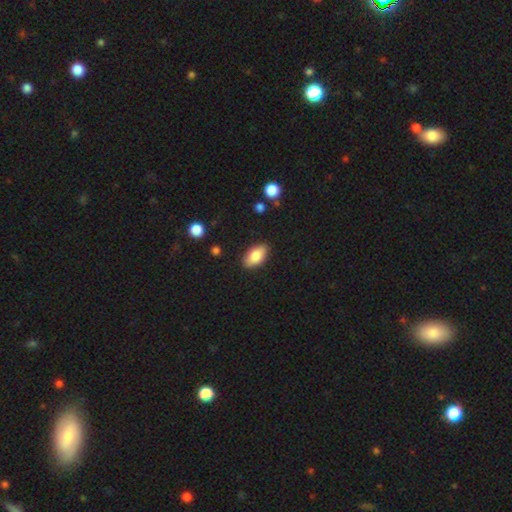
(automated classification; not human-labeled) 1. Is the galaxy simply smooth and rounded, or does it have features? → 83% smooth, 10% featured or disk, 7% star or artifact.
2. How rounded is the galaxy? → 92% in between, 4% round, 4% cigar-shaped.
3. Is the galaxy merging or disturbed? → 85% none, 11% minor disturbance, 2% major disturbance, 1% merger.